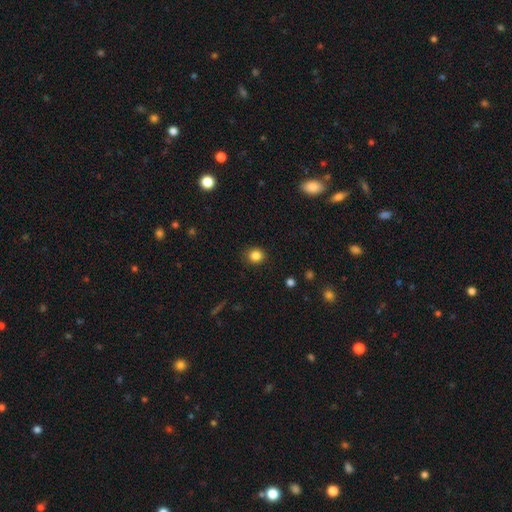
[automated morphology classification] Smooth or featured? Predicted: smooth (p=0.84). How rounded? Predicted: round (p=0.83). Merging? Predicted: none (p=0.89).